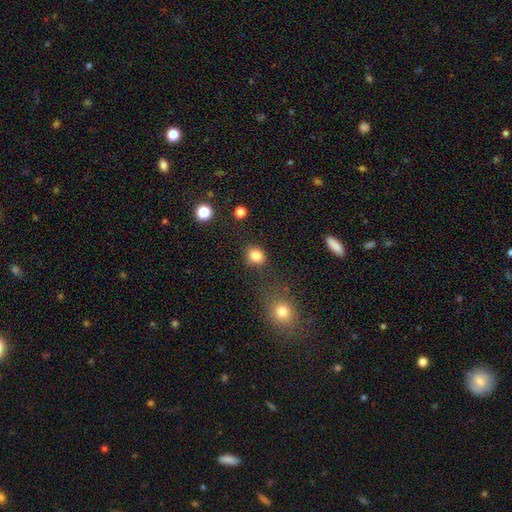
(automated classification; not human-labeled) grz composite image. It shows a smooth galaxy with no disk features (84%) that is round (60%). Merging: none (78%).